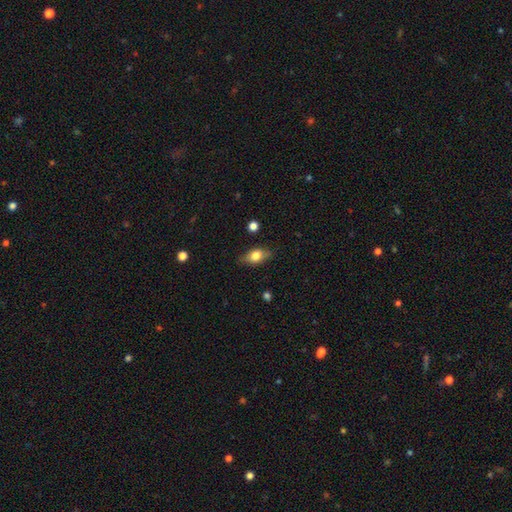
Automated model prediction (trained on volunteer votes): smooth-or-featured: smooth: 67% | featured or disk: 25% | star or artifact: 8%
  how-rounded: in between: 79% | round: 13% | cigar-shaped: 9%
  merging: none: 81% | minor disturbance: 15% | major disturbance: 3% | merger: 1%